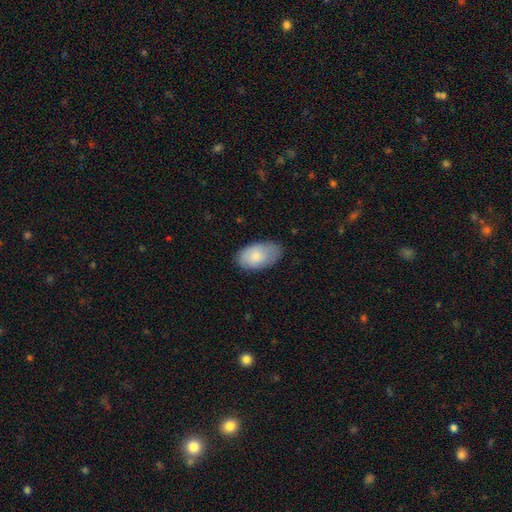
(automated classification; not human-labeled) smooth-or-featured: smooth: 78% | featured or disk: 17% | star or artifact: 6%
  how-rounded: in between: 94% | round: 5% | cigar-shaped: 2%
  merging: none: 72% | minor disturbance: 23% | major disturbance: 4% | merger: 1%